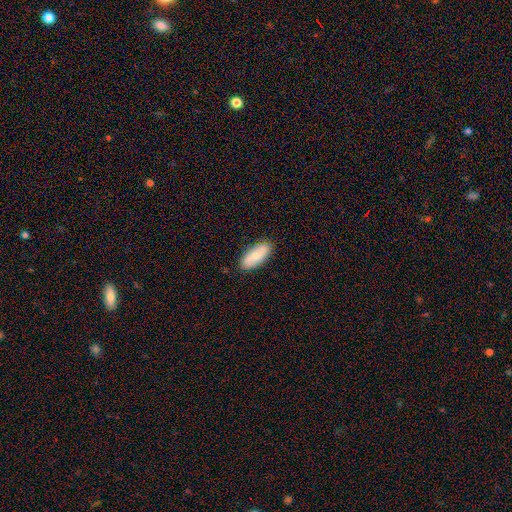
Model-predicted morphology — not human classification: Smooth or featured: smooth — 74% (featured or disk — 20%)
How rounded: in between — 84% (cigar-shaped — 13%)
Merging: none — 87% (minor disturbance — 10%)